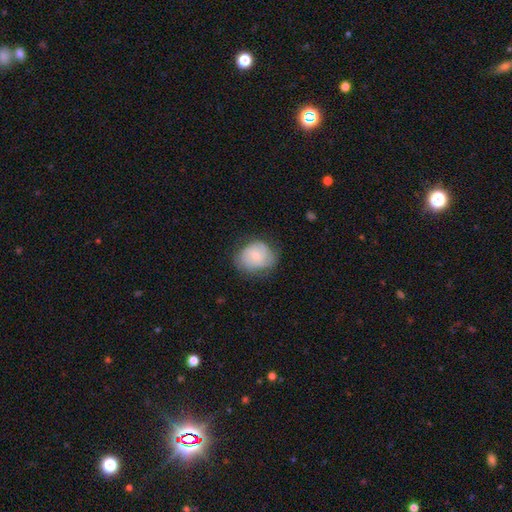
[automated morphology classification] smooth 53%, featured or disk 40%, star or artifact 7%. Down the decision tree: how rounded — round (62%); merging — none (64%).